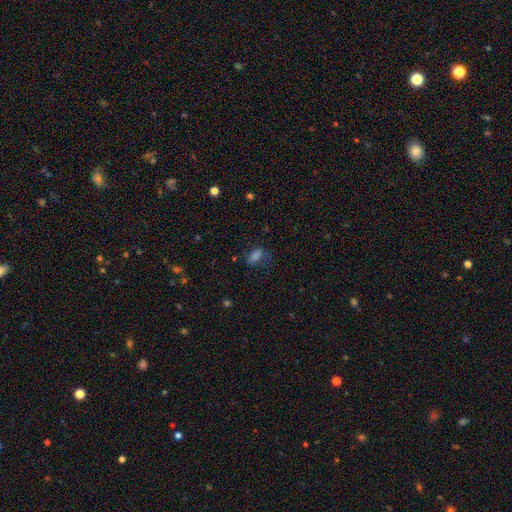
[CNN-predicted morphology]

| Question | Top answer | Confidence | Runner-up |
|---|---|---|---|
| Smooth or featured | smooth | 71% | star or artifact (20%) |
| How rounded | in between | 80% | cigar-shaped (12%) |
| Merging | none | 67% | minor disturbance (20%) |